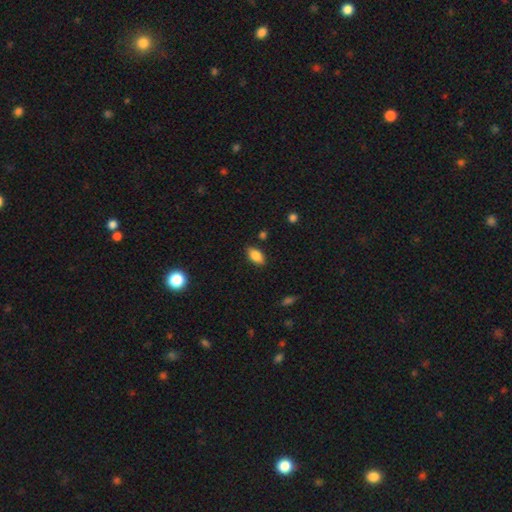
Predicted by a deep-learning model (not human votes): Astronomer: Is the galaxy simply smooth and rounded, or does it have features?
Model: smooth — 85%.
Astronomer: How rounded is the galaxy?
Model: in between — 91%.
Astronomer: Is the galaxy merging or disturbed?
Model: none — 85%.